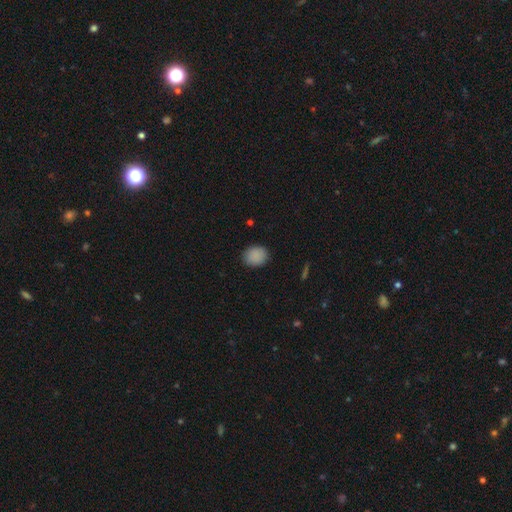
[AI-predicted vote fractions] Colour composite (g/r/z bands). It shows a smooth galaxy with no disk features (88%) that is round (62%). Merging: none (86%).